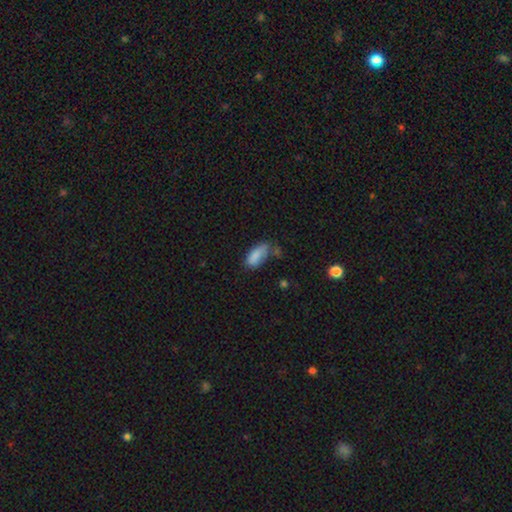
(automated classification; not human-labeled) This appears to be a smooth galaxy with no disk features (83%) that is in between round and cigar-shaped (85%). Merging: none (46%).